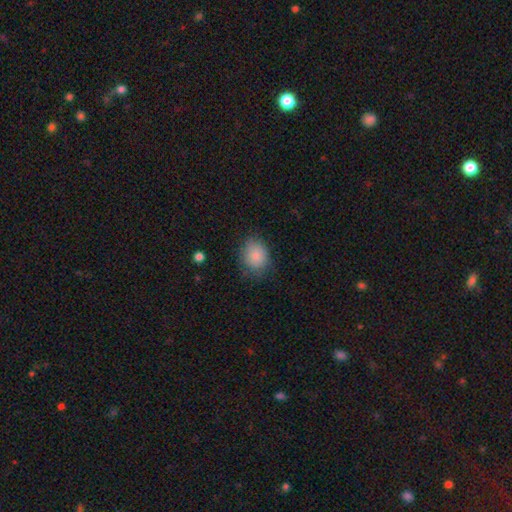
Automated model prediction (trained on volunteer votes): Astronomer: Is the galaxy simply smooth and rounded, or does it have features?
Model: smooth — 86%.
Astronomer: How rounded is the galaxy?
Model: round — 51% (runner-up: in between, 48%).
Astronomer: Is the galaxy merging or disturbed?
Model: none — 75%.